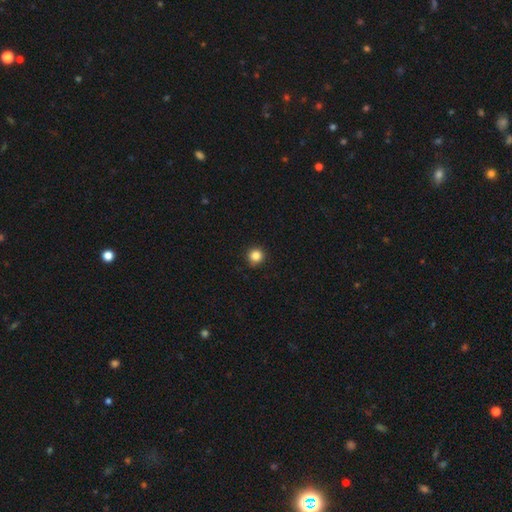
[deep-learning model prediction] This appears to be a smooth galaxy with no disk features (85%) that is round (95%). Merging: none (90%).